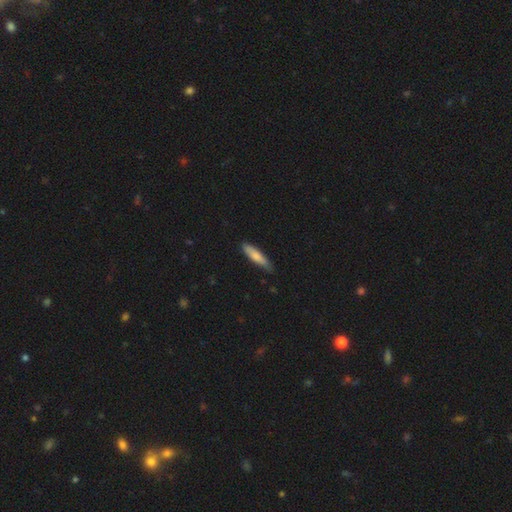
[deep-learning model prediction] A smooth galaxy with no disk features (77%) that is cigar-shaped (77%). Merging: none (75%).